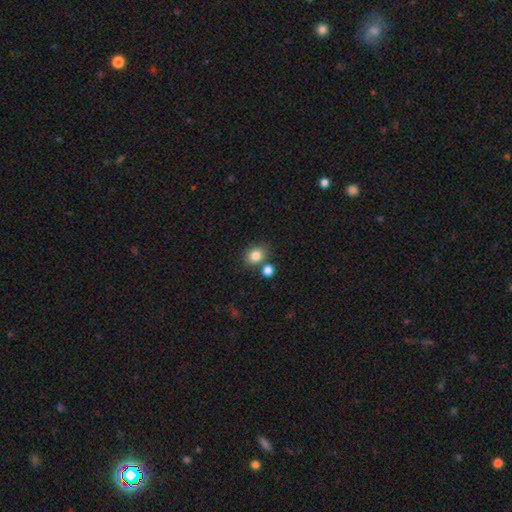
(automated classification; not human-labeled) Overall: smooth (83%). How rounded: round (54%; in between 45%). Merging: none (68%).